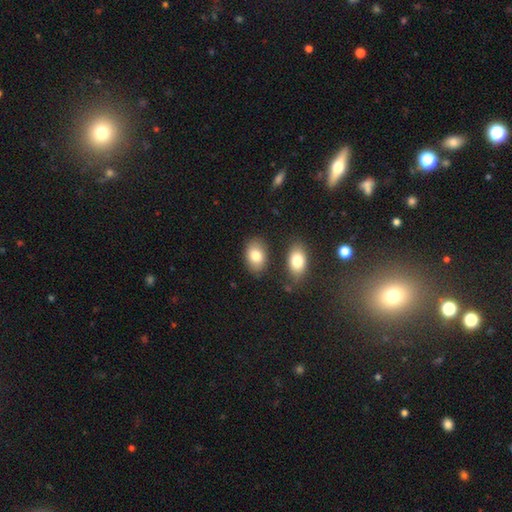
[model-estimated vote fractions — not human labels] A smooth galaxy with no disk features (81%) that is in between round and cigar-shaped (87%).

Vote fractions:
- Smooth or featured? smooth: 81% / featured or disk: 12% / star or artifact: 7%
- How rounded? in between: 87% / round: 12% / cigar-shaped: 1%
- Merging? none: 78% / minor disturbance: 12% / merger: 6% / major disturbance: 3%